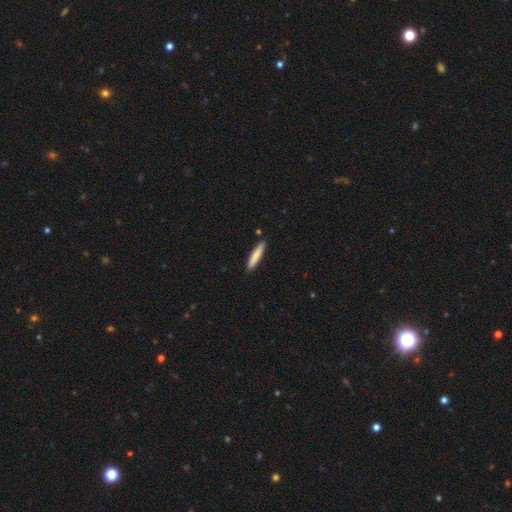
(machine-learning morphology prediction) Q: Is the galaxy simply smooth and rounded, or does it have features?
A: smooth — 83%.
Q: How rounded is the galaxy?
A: cigar-shaped — 90%.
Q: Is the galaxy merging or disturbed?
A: none — 90%.